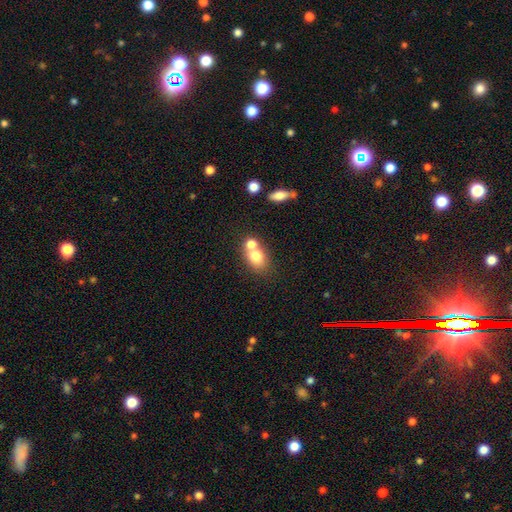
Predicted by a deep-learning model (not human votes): Overall: smooth (75%). How rounded: in between (57%; round 41%). Merging: merger (49%; none 38%).